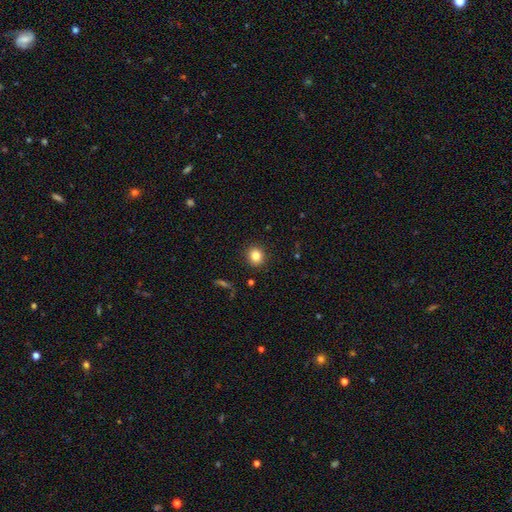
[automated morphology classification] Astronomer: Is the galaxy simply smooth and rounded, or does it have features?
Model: smooth — 83%.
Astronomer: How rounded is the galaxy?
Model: round — 83%.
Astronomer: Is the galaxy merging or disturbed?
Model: none — 91%.